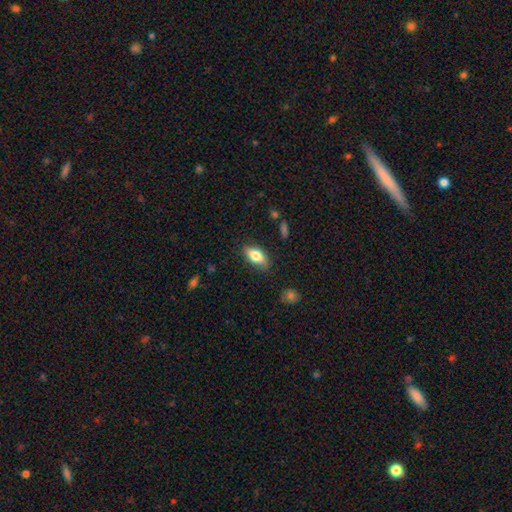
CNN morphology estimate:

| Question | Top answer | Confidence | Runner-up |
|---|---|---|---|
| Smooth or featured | smooth | 74% | featured or disk (18%) |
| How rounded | in between | 84% | cigar-shaped (12%) |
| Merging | none | 81% | minor disturbance (15%) |